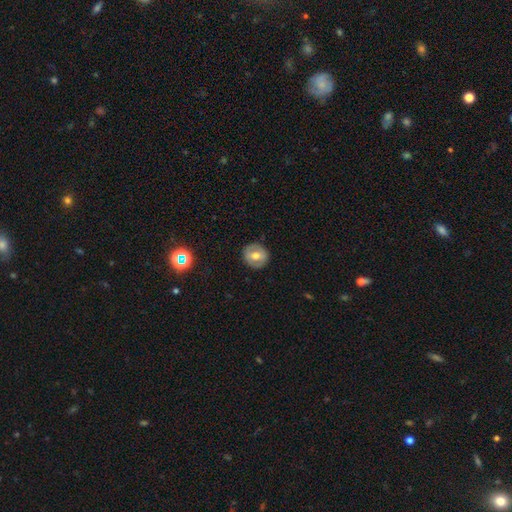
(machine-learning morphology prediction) Smooth or featured? Predicted: smooth (p=0.50). Merging? Predicted: none (p=0.87).